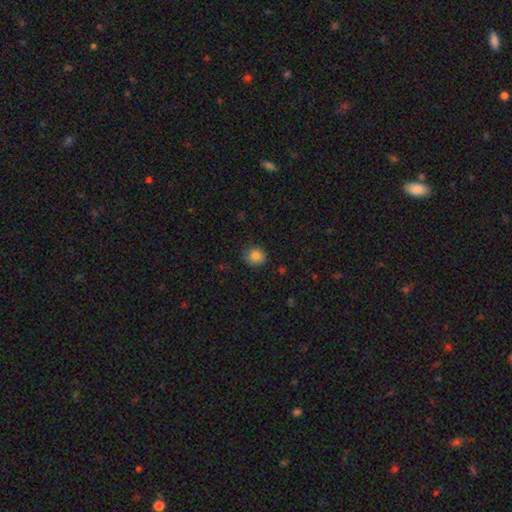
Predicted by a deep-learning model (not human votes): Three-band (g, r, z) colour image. It shows a smooth galaxy with no disk features (82%) that is round (85%). Merging: none (81%).